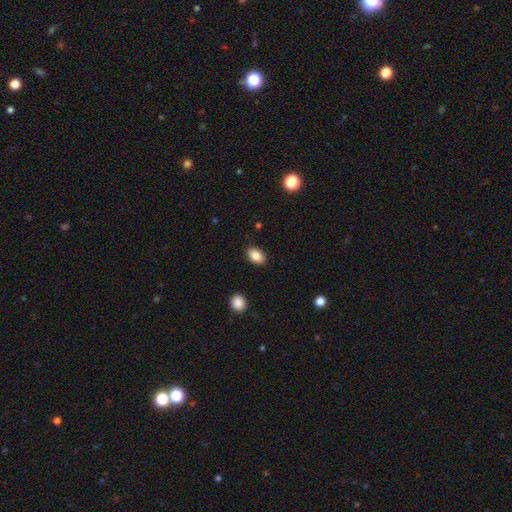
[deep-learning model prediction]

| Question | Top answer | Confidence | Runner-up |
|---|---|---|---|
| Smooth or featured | smooth | 87% | star or artifact (8%) |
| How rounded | in between | 85% | round (14%) |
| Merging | none | 86% | minor disturbance (10%) |